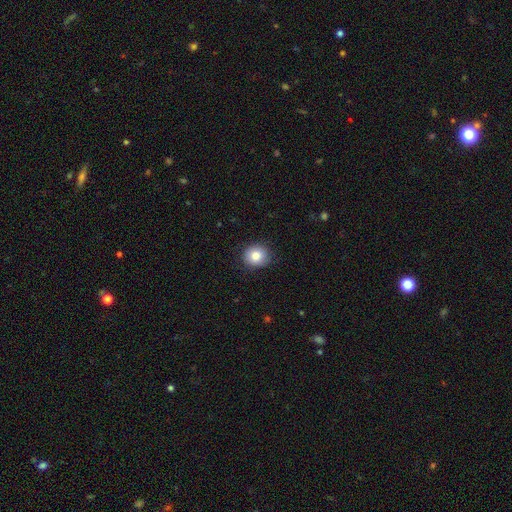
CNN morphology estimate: type=smooth (83%); roundness=round (81%); merging=none (86%).